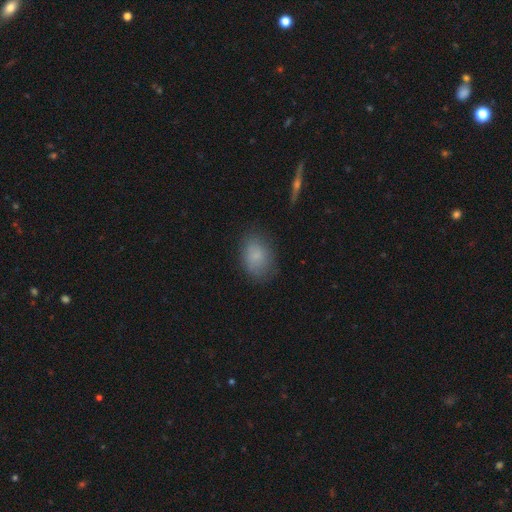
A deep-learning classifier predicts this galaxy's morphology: This appears to be a smooth galaxy with no disk features (81%) that is in between round and cigar-shaped (78%). Merging: none (77%).